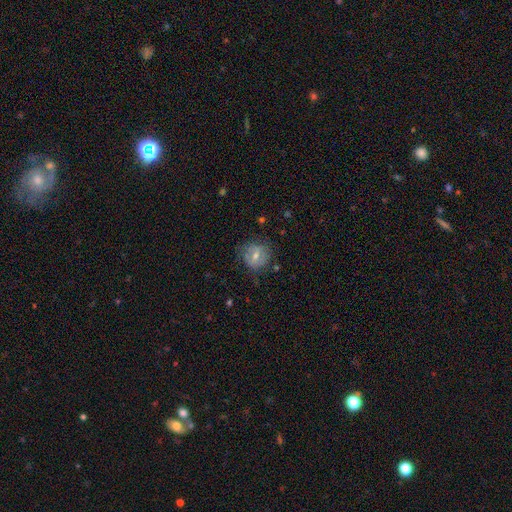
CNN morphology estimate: A smooth galaxy with no disk features (51%) that is round (76%). Merging: none (67%).